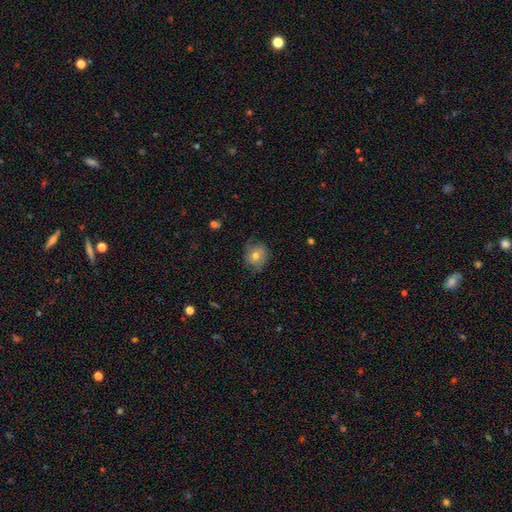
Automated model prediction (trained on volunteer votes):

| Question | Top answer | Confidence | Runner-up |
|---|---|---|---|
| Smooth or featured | smooth | 61% | featured or disk (28%) |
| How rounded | round | 77% | in between (22%) |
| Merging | none | 72% | minor disturbance (21%) |